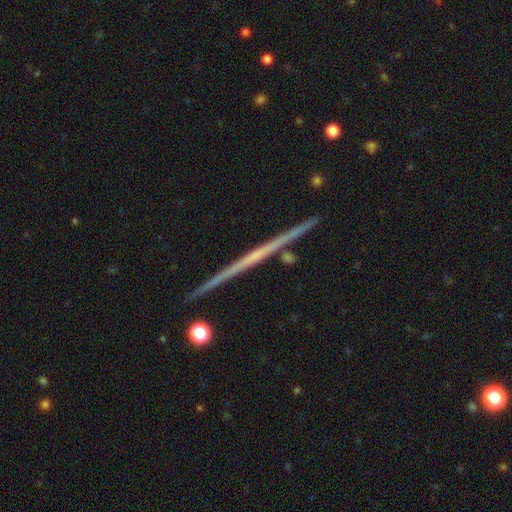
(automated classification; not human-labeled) smooth_or_featured: featured or disk (p=0.73) [alt: smooth p=0.21]
disk_edge_on: yes (p=0.98) [alt: no p=0.02]
edge_on_bulge: none (p=0.85) [alt: rounded p=0.11]
merging: none (p=0.92) [alt: minor disturbance p=0.05]